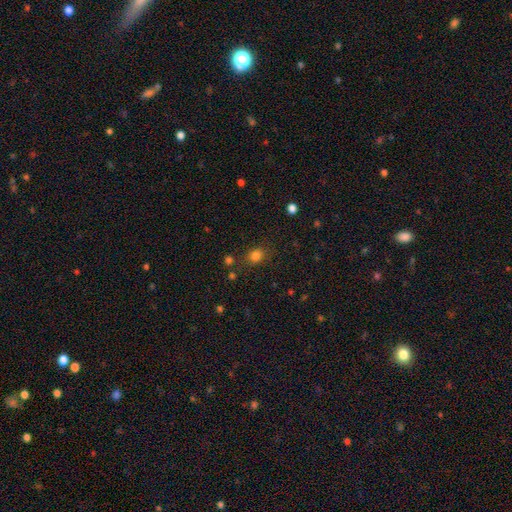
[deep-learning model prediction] This appears to be a smooth galaxy with no disk features (80%) that is round (62%). Merging: none (79%).